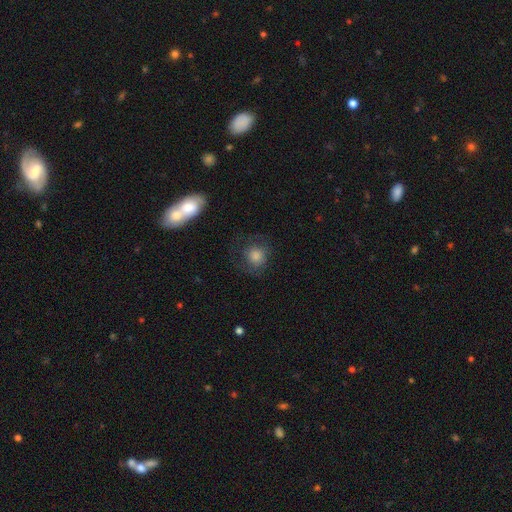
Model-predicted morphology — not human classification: The model was most divided on "smooth or featured": smooth: 63%, featured or disk: 25%, star or artifact: 12%. More confident: how rounded — round (84%); merging — none (67%).